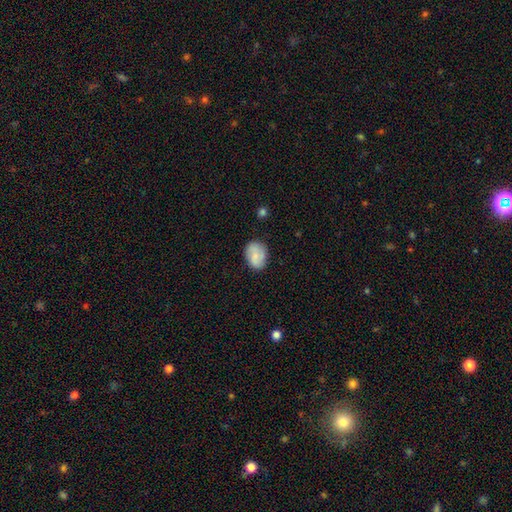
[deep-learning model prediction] A smooth galaxy with no disk features (71%) that is in between round and cigar-shaped (72%). Merging: none (75%).